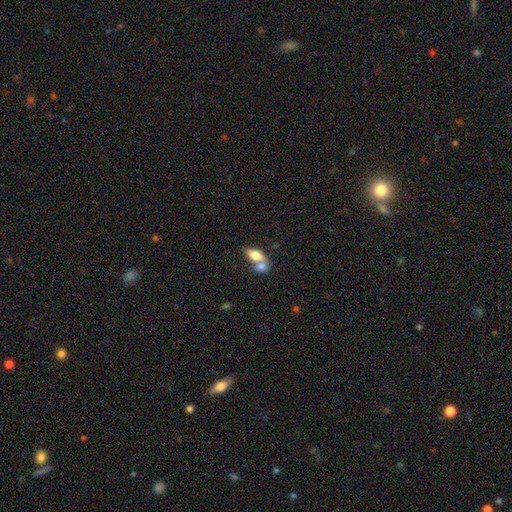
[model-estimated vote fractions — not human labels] Smooth or featured: smooth — 74% (featured or disk — 19%)
How rounded: in between — 84% (round — 9%)
Merging: merger — 65% (none — 22%)